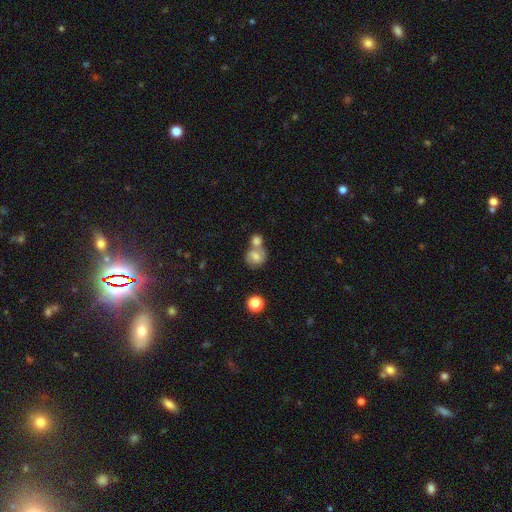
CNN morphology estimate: smooth-or-featured: smooth: 59% | featured or disk: 31% | star or artifact: 10%
  how-rounded: round: 68% | in between: 30% | cigar-shaped: 1%
  merging: merger: 50% | none: 35% | minor disturbance: 11% | major disturbance: 5%